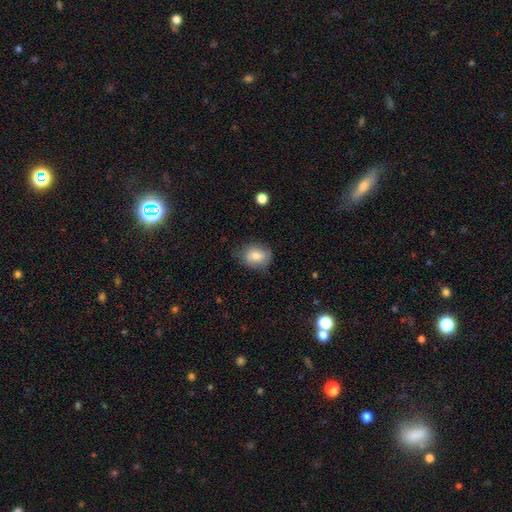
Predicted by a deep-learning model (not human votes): Smooth or featured: smooth — 73% (featured or disk — 18%)
How rounded: in between — 59% (round — 40%)
Merging: none — 69% (minor disturbance — 24%)